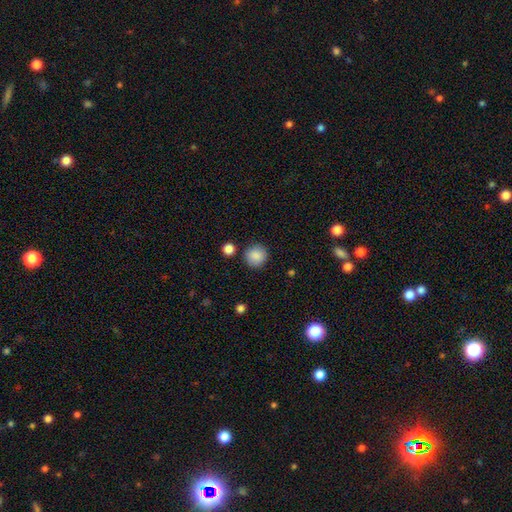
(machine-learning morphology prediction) Smooth or featured? Predicted: smooth (p=0.88). How rounded? Predicted: round (p=0.93). Merging? Predicted: none (p=0.87).